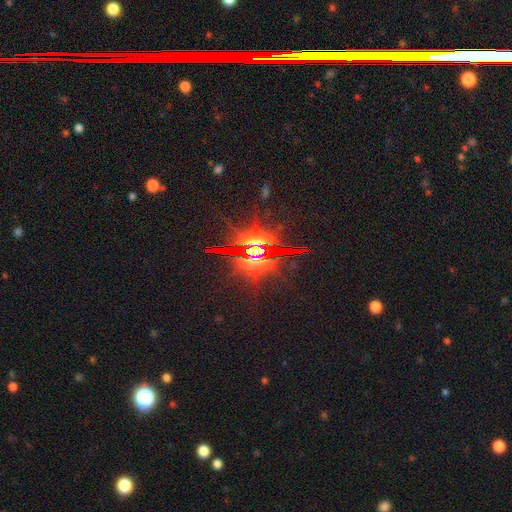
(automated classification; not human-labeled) Smooth or featured? Predicted: star or artifact (p=0.84).